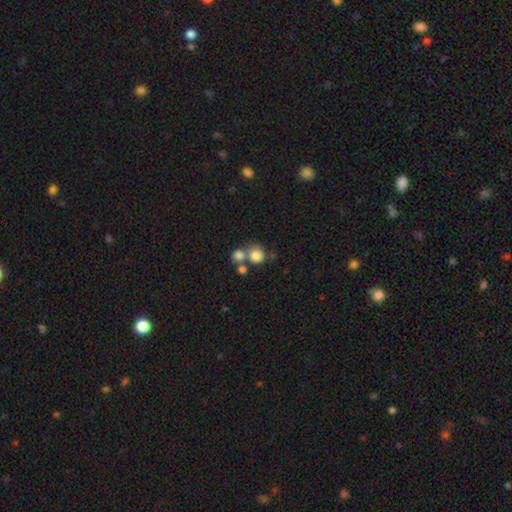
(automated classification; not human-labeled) Smooth or featured? smooth (80%)
How rounded? round (85%)
Merging? none (48%)